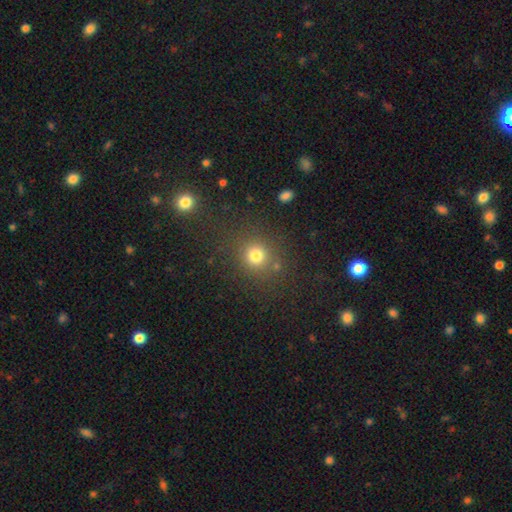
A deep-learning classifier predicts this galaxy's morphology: Smooth or featured?
  - smooth: 76% *
  - star or artifact: 17%
  - featured or disk: 7%
How rounded?
  - round: 86% *
  - in between: 13%
  - cigar-shaped: 1%
Merging?
  - none: 80% *
  - minor disturbance: 9%
  - major disturbance: 5%
  - merger: 5%